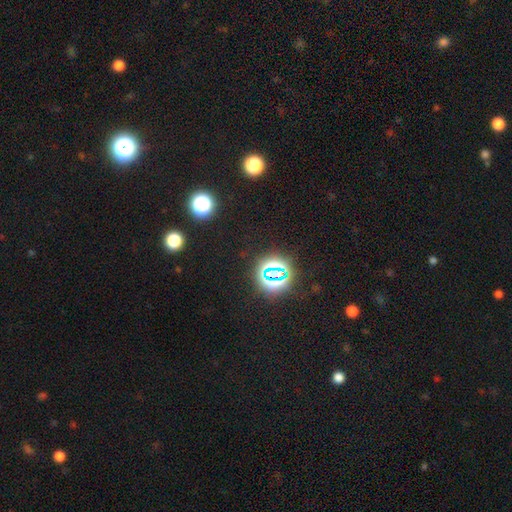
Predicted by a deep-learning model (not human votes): smooth-or-featured: star or artifact: 75% | smooth: 19% | featured or disk: 6%